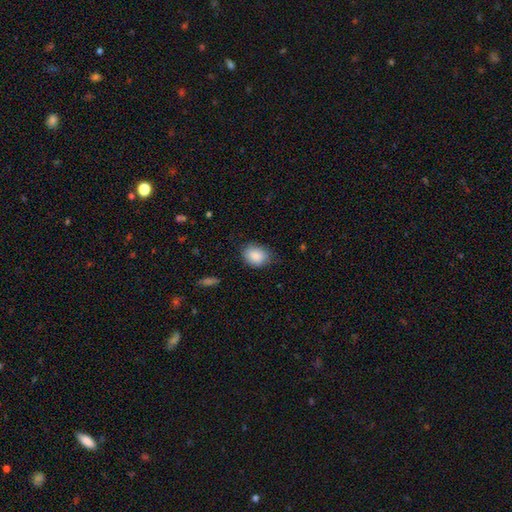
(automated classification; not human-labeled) This appears to be a smooth galaxy with no disk features (88%) that is in between round and cigar-shaped (65%). Merging: none (74%).